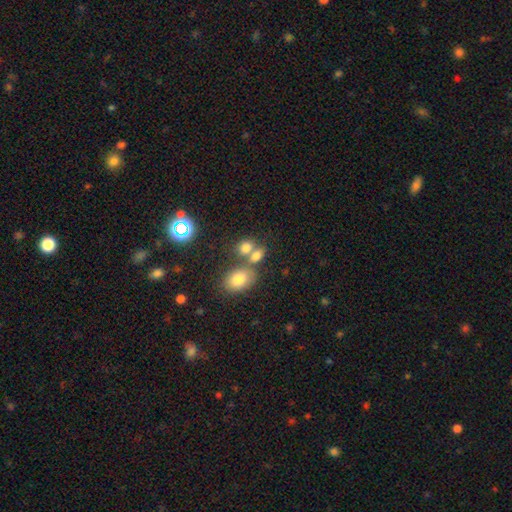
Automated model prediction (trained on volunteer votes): smooth-or-featured: smooth: 74% | star or artifact: 14% | featured or disk: 12%
  how-rounded: in between: 66% | round: 32% | cigar-shaped: 2%
  merging: merger: 42% (tied) | none: 42% (tied) | minor disturbance: 11% | major disturbance: 5%